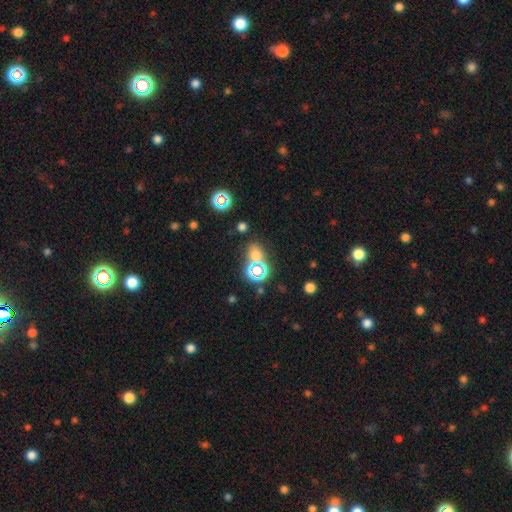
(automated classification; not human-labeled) A smooth galaxy with no disk features (52%) that is round (56%).

Vote fractions:
- Smooth or featured? smooth: 52% / star or artifact: 39% / featured or disk: 8%
- How rounded? round: 56% / in between: 42% / cigar-shaped: 2%
- Merging? none: 66% / merger: 18% / minor disturbance: 11% / major disturbance: 6%